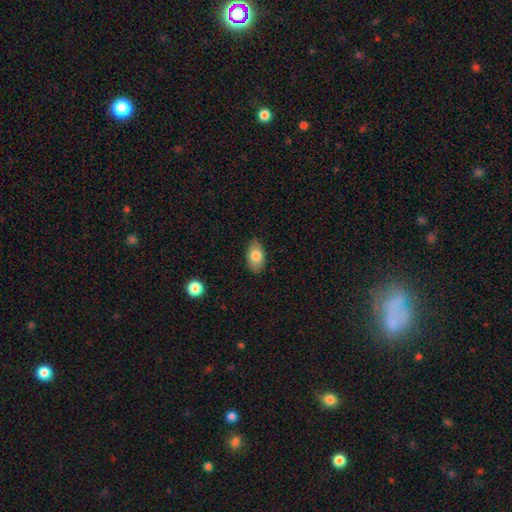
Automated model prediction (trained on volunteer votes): Smooth or featured? Predicted: smooth (p=0.81). How rounded? Predicted: in between (p=0.92). Merging? Predicted: none (p=0.82).